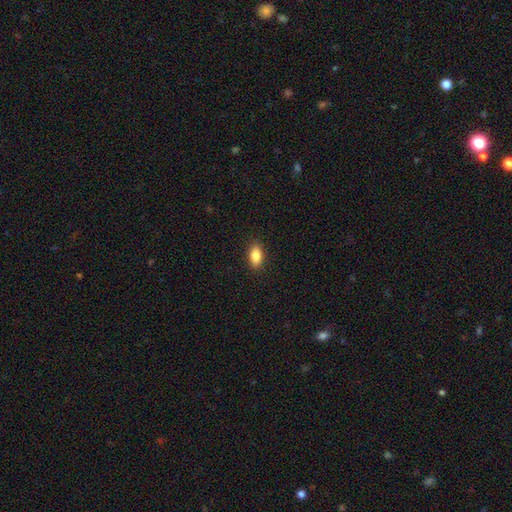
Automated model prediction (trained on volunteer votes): Smooth or featured? smooth (85%)
How rounded? in between (88%)
Merging? none (89%)